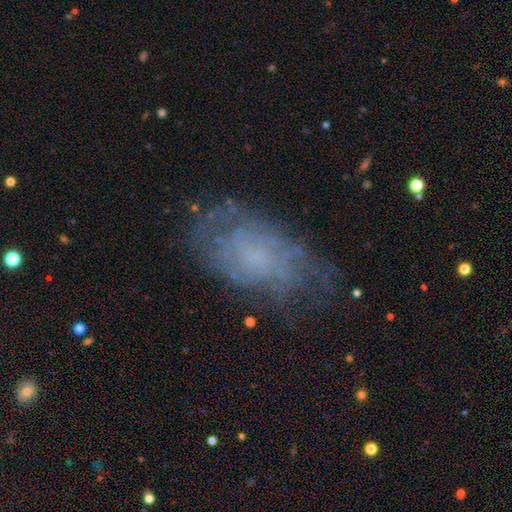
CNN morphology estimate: This appears to be a featured or disk galaxy (53%). Merging: none (64%).